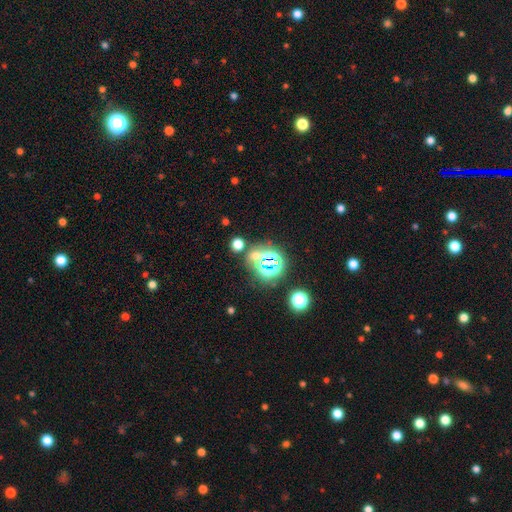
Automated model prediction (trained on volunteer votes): Smooth or featured: star or artifact — 53% (smooth — 38%)